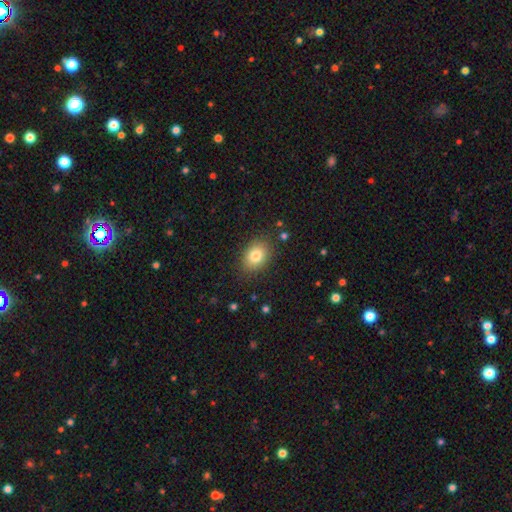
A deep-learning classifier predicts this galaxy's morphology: A smooth galaxy with no disk features (81%) that is in between round and cigar-shaped (70%).

Vote fractions:
- Smooth or featured? smooth: 81% / featured or disk: 10% / star or artifact: 9%
- How rounded? in between: 70% / round: 29% / cigar-shaped: 1%
- Merging? none: 84% / minor disturbance: 12% / major disturbance: 3% / merger: 1%